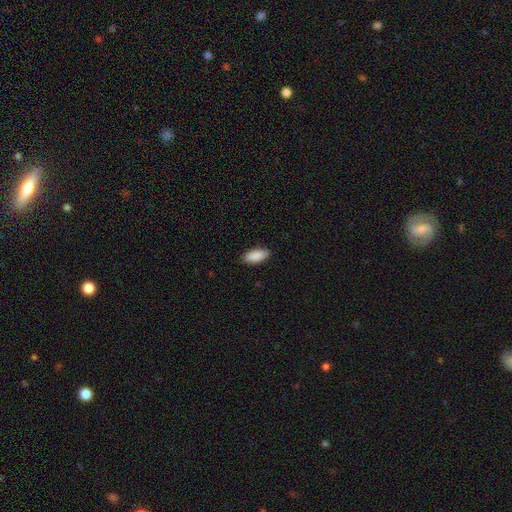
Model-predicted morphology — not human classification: type=smooth (90%); roundness=in between (87%); merging=none (88%).